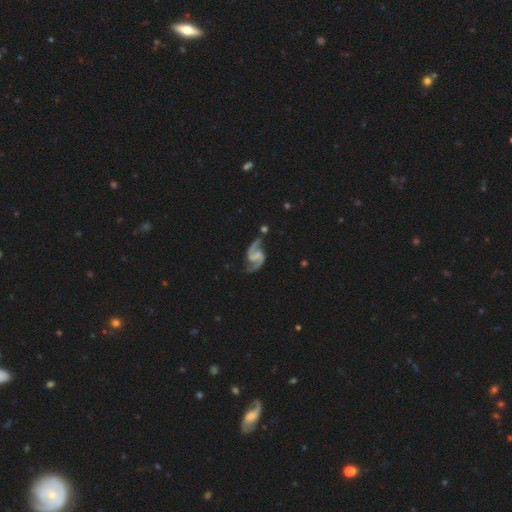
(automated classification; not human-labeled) Overall: featured or disk (93%). Edge-on disk: no (98%). Bar: weak (45%; no 28%). Spiral arms: yes (98%). Spiral arm count: 2 (95%). Spiral winding: medium (47%; loose 43%). Bulge size: none (62%). Merging: none (73%).